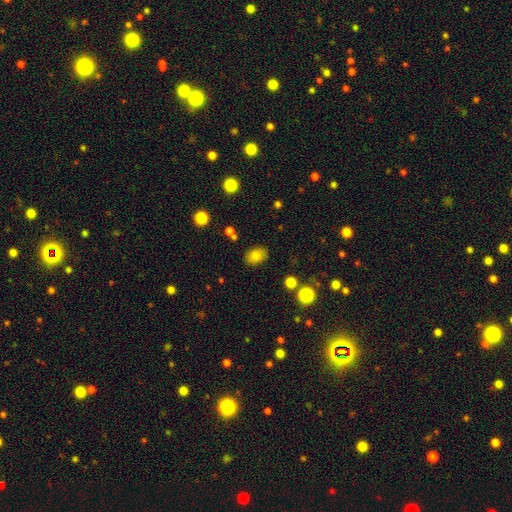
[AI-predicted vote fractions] Smooth or featured? smooth (81%)
How rounded? in between (74%)
Merging? none (82%)